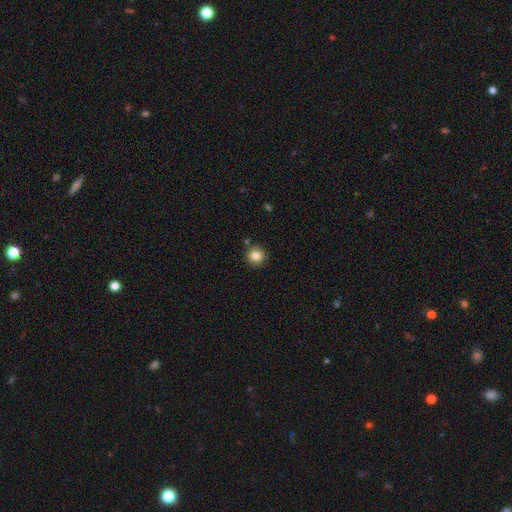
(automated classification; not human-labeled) smooth 83%, star or artifact 11%, featured or disk 6%. Down the decision tree: how rounded — round (94%); merging — none (87%).